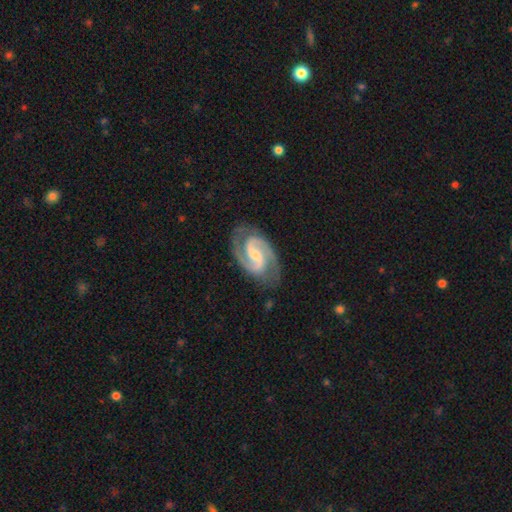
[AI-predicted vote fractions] smooth_or_featured: featured or disk (p=0.92) [alt: smooth p=0.04]
disk_edge_on: no (p=0.98) [alt: yes p=0.02]
bar: weak (p=0.48) [alt: no p=0.29]
has_spiral_arms: yes (p=0.98) [alt: no p=0.02]
spiral_winding: medium (p=0.61) [alt: tight p=0.27]
spiral_arm_count: 2 (p=0.94) [alt: 3 p=0.02]
bulge_size: small (p=0.56) [alt: moderate p=0.31]
merging: none (p=0.81) [alt: minor disturbance p=0.14]